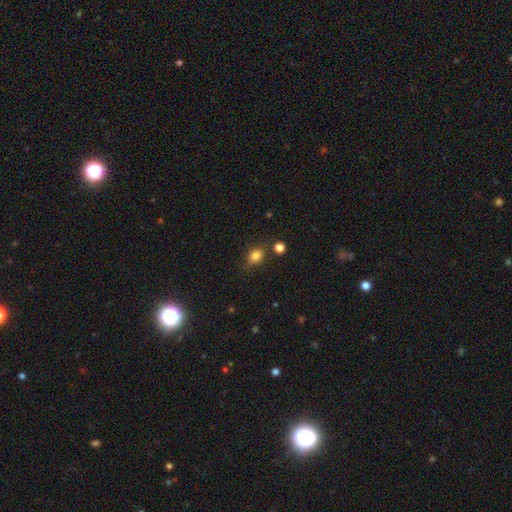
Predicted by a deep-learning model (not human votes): Q: Smooth or featured?
A: smooth (82%); runner-up: star or artifact (12%)
Q: How rounded?
A: round (50%); runner-up: in between (48%)
Q: Merging?
A: none (74%); runner-up: minor disturbance (16%)